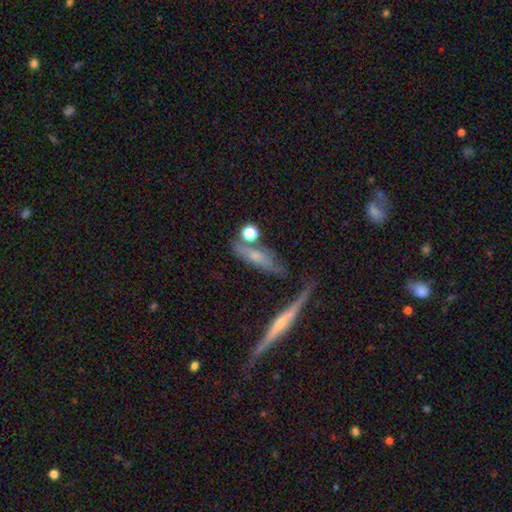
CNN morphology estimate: The model was most divided on "smooth or featured": smooth: 48%, featured or disk: 41%, star or artifact: 11%. More confident: merging — none (56%).